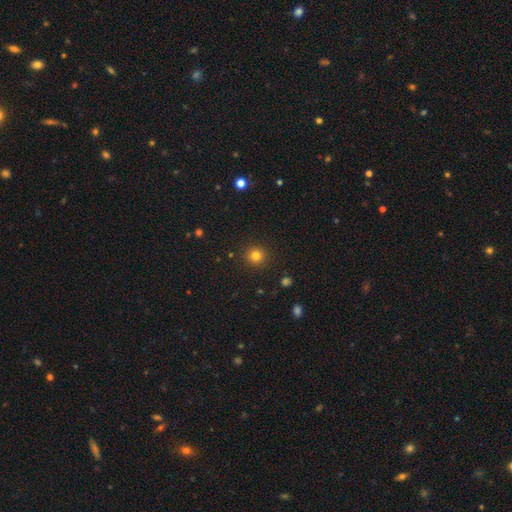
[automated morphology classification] type=smooth (81%); roundness=round (93%); merging=none (91%).